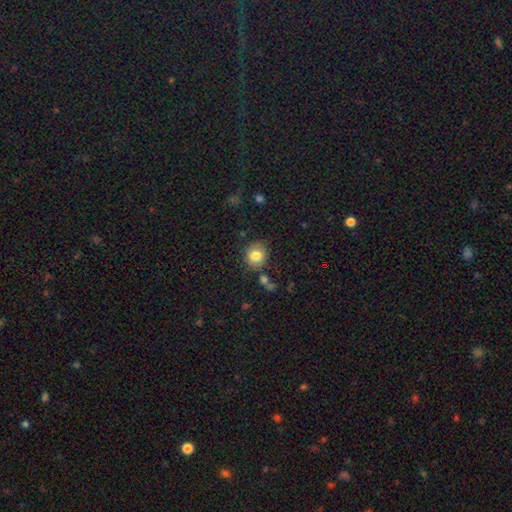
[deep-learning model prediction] A smooth galaxy with no disk features (81%) that is round (77%). Merging: none (78%).